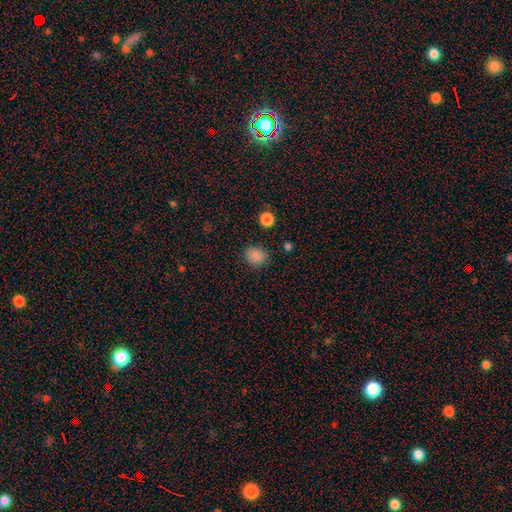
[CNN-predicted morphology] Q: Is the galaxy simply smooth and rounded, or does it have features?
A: smooth — 85%.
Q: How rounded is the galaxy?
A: round — 61%.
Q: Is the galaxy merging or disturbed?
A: none — 86%.